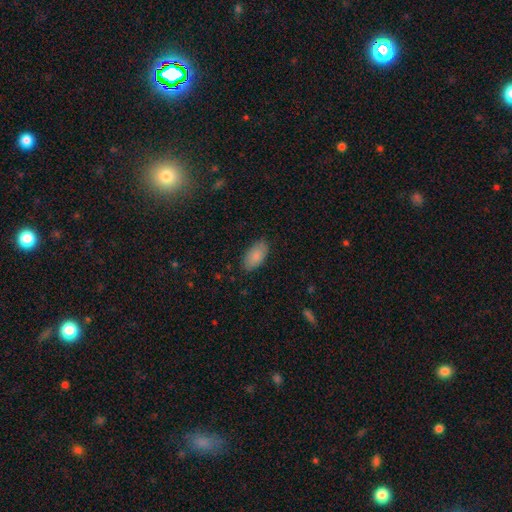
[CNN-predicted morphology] A smooth galaxy with no disk features (84%) that is in between round and cigar-shaped (95%).

Vote fractions:
- Smooth or featured? smooth: 84% / featured or disk: 10% / star or artifact: 6%
- How rounded? in between: 95% / cigar-shaped: 3% / round: 3%
- Merging? none: 85% / minor disturbance: 12% / major disturbance: 2% / merger: 1%